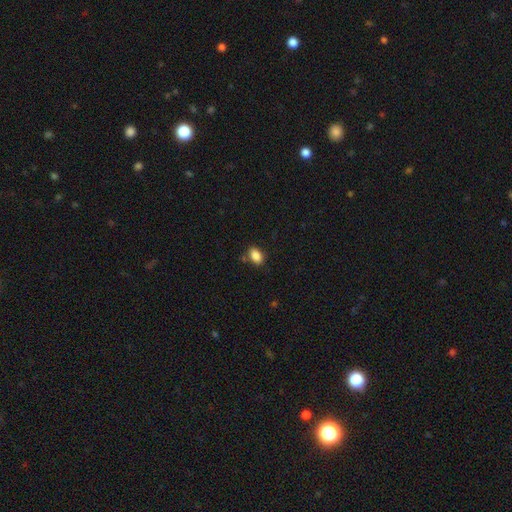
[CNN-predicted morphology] Smooth or featured: smooth — 87% (star or artifact — 9%)
How rounded: in between — 86% (round — 12%)
Merging: none — 80% (minor disturbance — 13%)